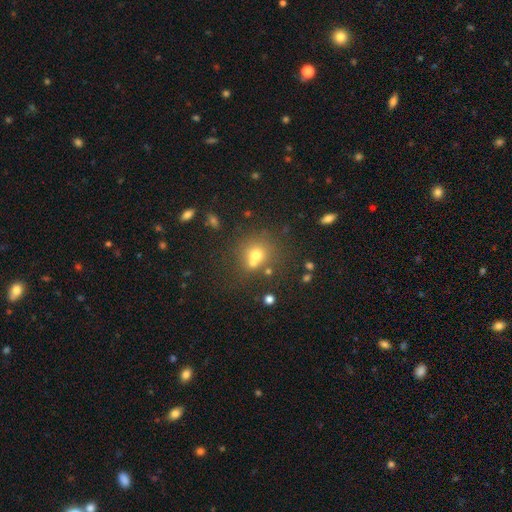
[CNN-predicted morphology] A smooth galaxy with no disk features (66%) that is round (81%).

Vote fractions:
- Smooth or featured? smooth: 66% / star or artifact: 18% / featured or disk: 16%
- How rounded? round: 81% / in between: 18% / cigar-shaped: 1%
- Merging? none: 49% / merger: 36% / minor disturbance: 10% / major disturbance: 5%